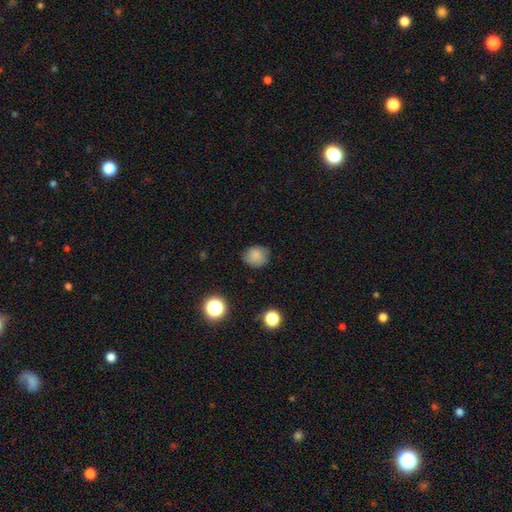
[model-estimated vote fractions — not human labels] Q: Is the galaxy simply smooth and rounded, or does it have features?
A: smooth — 79%.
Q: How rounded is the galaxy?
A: round — 71%.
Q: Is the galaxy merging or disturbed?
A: none — 72%.